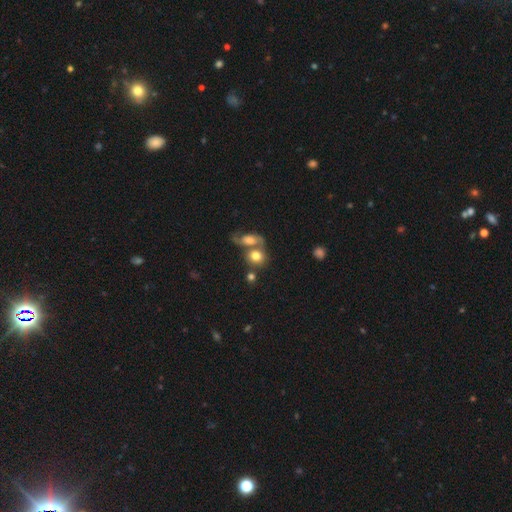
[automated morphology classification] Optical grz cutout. It shows a smooth galaxy with no disk features (72%) that is round (68%). Merging: merger (45%).